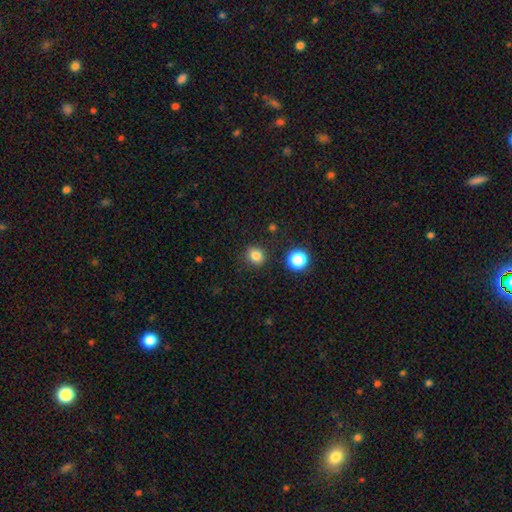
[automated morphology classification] Smooth or featured? smooth (82%)
How rounded? round (76%)
Merging? none (86%)